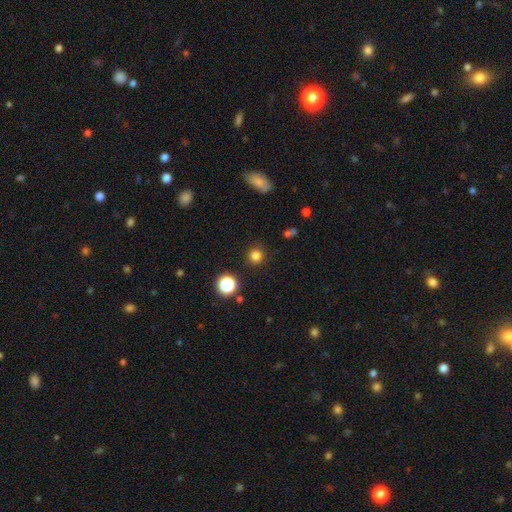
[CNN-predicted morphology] type=smooth (80%); roundness=round (95%); merging=none (91%).